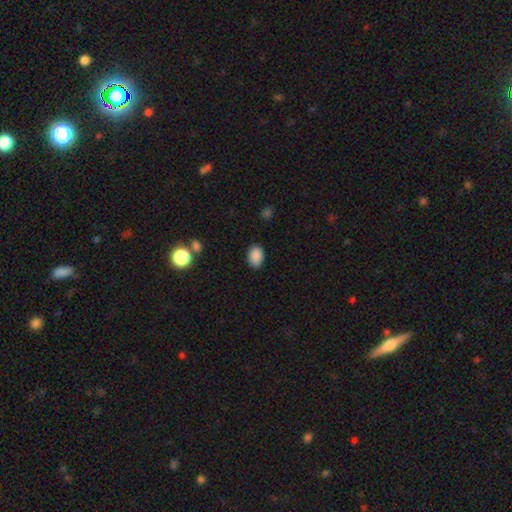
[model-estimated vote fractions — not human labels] The model was most divided on "how rounded": in between: 80%, round: 19%, cigar-shaped: 1%. More confident: smooth or featured — smooth (88%); merging — none (85%).